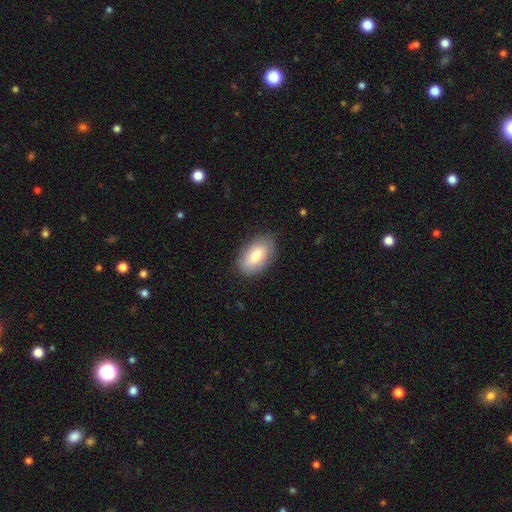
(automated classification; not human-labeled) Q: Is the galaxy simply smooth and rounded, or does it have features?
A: smooth — 80%.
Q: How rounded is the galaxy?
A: in between — 94%.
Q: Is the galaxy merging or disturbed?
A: none — 84%.